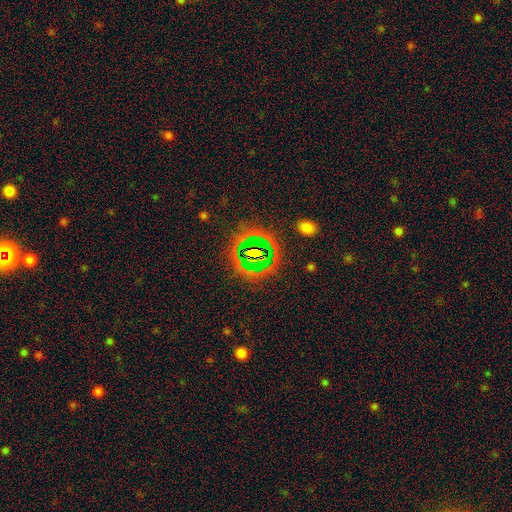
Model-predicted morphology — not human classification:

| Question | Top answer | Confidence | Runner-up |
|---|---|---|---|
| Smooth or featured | star or artifact | 72% | smooth (16%) |